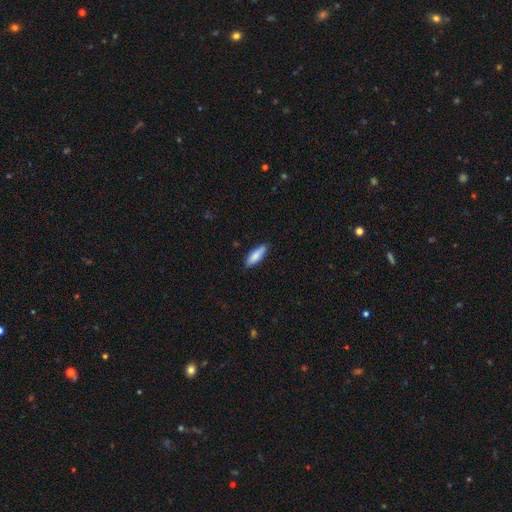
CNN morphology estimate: smooth-or-featured: smooth: 82% | featured or disk: 12% | star or artifact: 6%
  how-rounded: in between: 52% | cigar-shaped: 47% | round: 2%
  merging: none: 82% | minor disturbance: 14% | major disturbance: 2% | merger: 1%